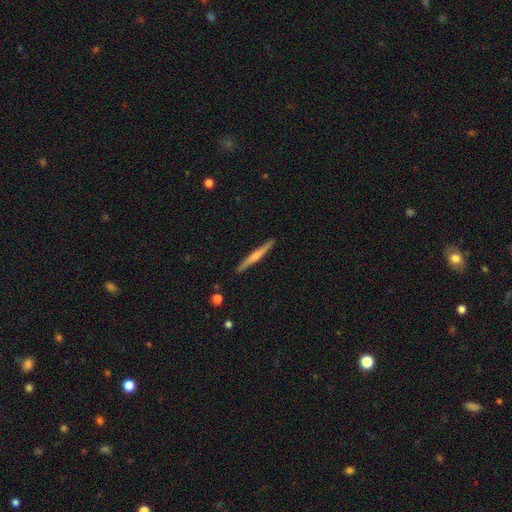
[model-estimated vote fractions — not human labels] This is likely a featured or disk galaxy (63%). It is clearly viewed edge-on (98%). Edge-on bulge: likely rounded (65%). Merging: clearly none (91%).